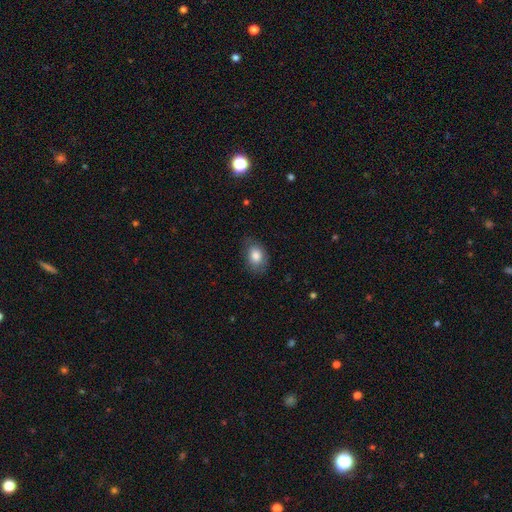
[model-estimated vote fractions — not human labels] A smooth galaxy with no disk features (82%) that is in between round and cigar-shaped (78%). Merging: none (72%).